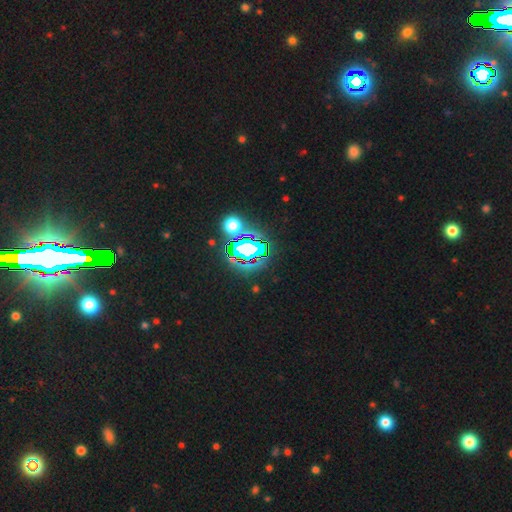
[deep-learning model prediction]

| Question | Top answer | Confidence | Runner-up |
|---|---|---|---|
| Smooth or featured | star or artifact | 71% | smooth (17%) |